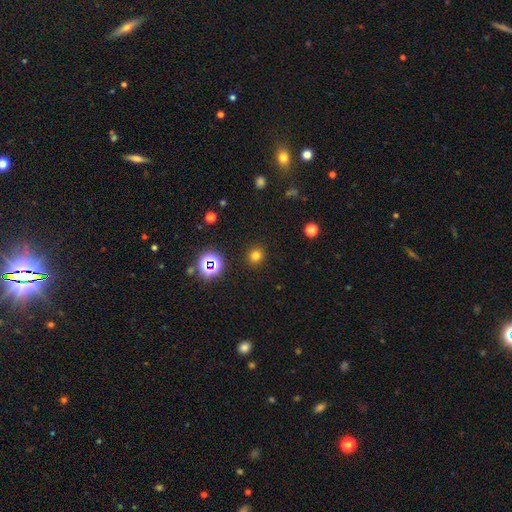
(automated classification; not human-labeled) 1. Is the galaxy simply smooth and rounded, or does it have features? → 73% smooth, 21% star or artifact, 6% featured or disk.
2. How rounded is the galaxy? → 89% round, 10% in between, 1% cigar-shaped.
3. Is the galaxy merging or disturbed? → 91% none, 6% minor disturbance, 2% major disturbance, 1% merger.